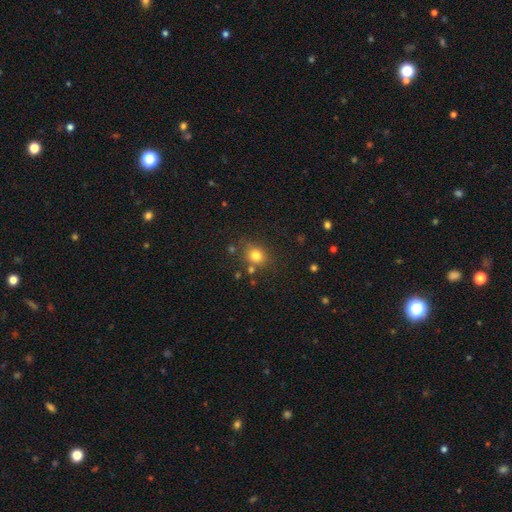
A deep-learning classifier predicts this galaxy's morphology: type=smooth (78%); roundness=round (74%); merging=none (75%).